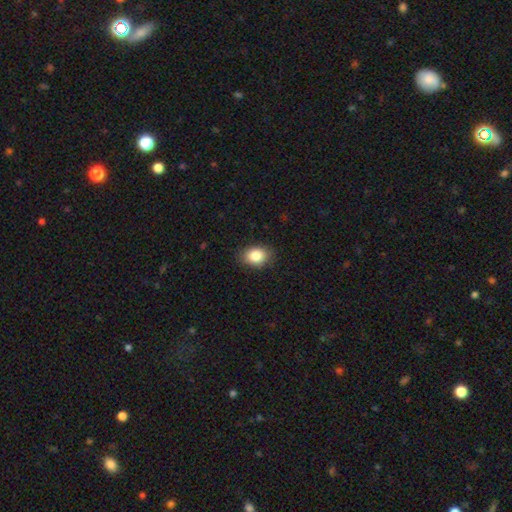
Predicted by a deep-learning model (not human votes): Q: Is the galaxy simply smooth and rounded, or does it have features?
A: smooth — 85%.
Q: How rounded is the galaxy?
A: in between — 68%.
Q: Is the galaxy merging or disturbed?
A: none — 86%.